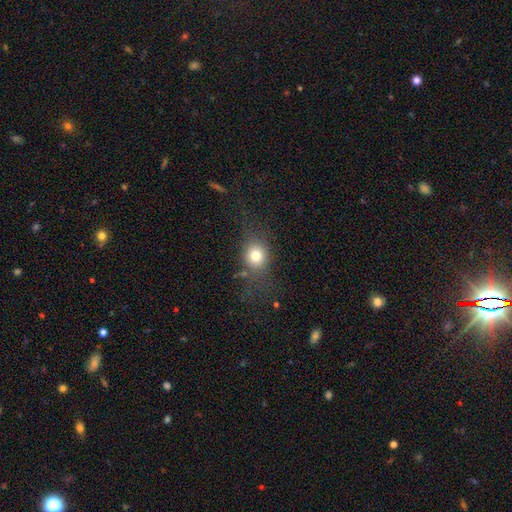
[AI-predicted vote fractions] This appears to be a smooth galaxy with no disk features (75%) that is round (71%). Merging: none (67%).